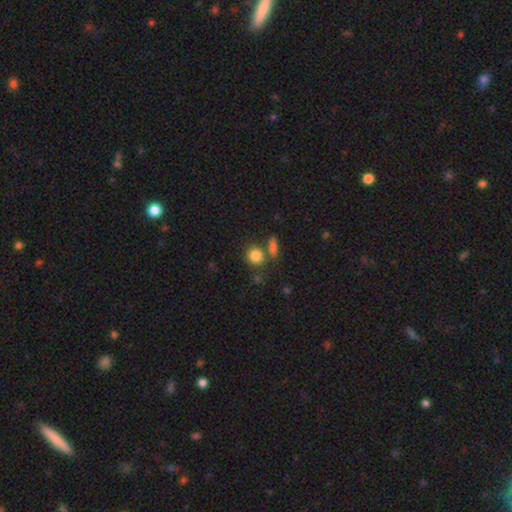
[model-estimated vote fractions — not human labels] smooth 83%, star or artifact 10%, featured or disk 7%. Down the decision tree: how rounded — round (78%); merging — none (65%).